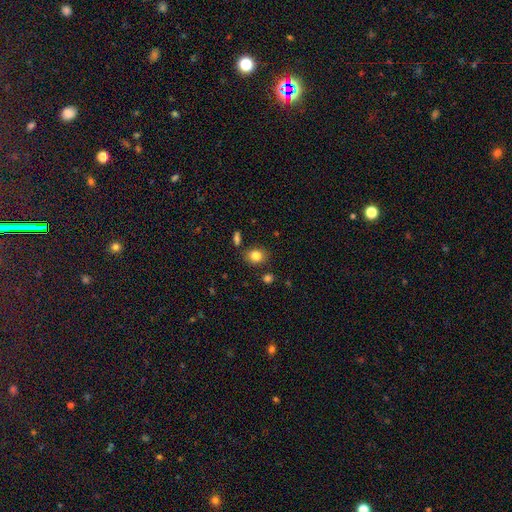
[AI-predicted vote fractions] smooth_or_featured: smooth (p=0.83) [alt: star or artifact p=0.10]
how_rounded: round (p=0.55) [alt: in between p=0.44]
merging: none (p=0.81) [alt: minor disturbance p=0.11]